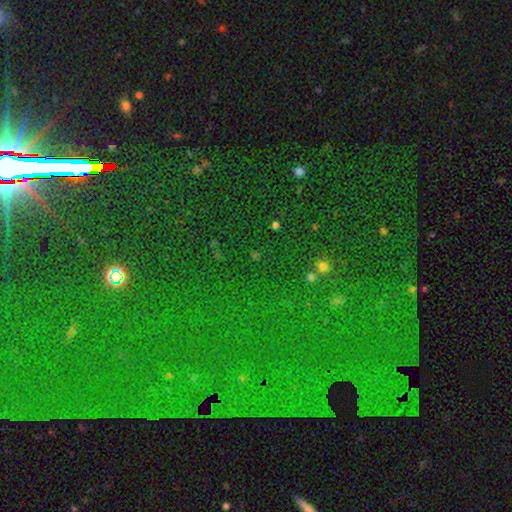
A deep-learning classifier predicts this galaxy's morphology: smooth_or_featured: star or artifact (p=0.67) [alt: smooth p=0.24]